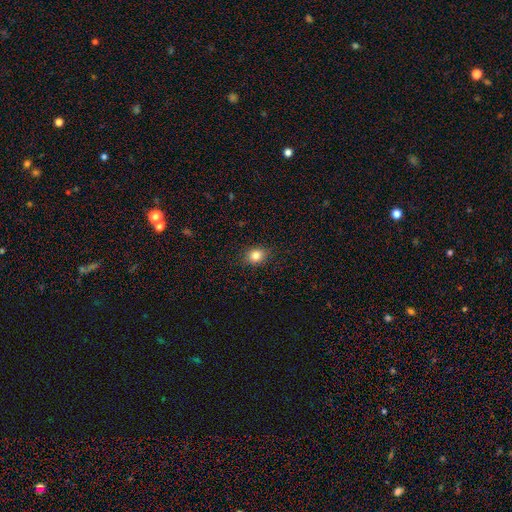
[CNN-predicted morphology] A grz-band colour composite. It shows a smooth galaxy with no disk features (83%) that is round (60%). Merging: none (87%).